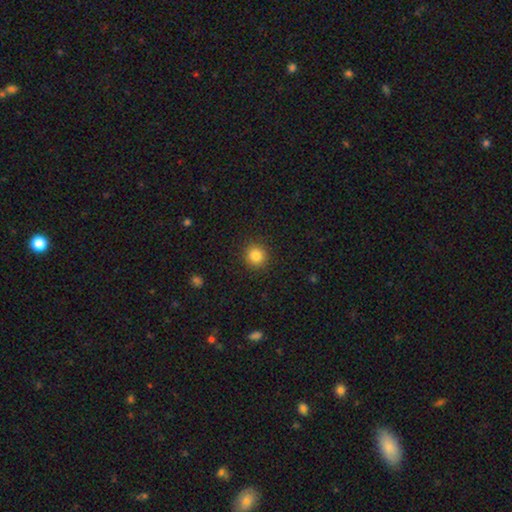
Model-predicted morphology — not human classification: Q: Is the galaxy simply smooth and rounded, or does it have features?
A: smooth — 85%.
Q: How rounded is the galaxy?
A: round — 93%.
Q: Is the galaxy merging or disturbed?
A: none — 91%.